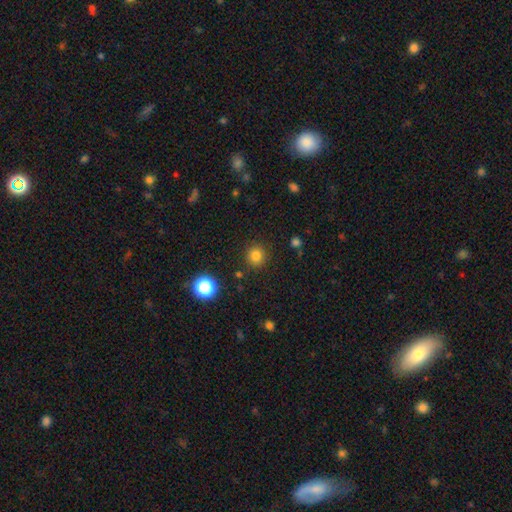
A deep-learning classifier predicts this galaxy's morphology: A smooth galaxy with no disk features (80%) that is round (93%). Merging: none (90%).